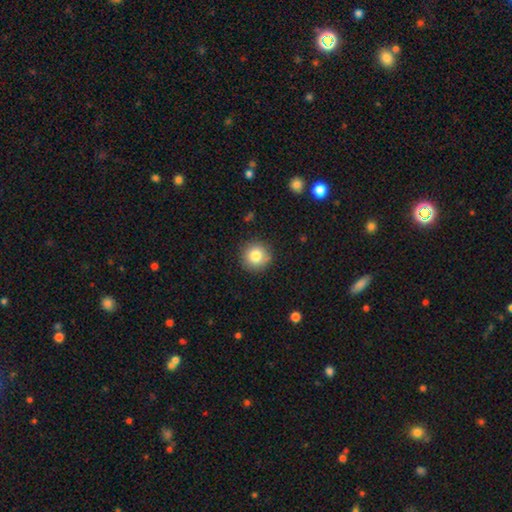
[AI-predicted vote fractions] Overall: smooth (82%). How rounded: round (94%). Merging: none (88%).